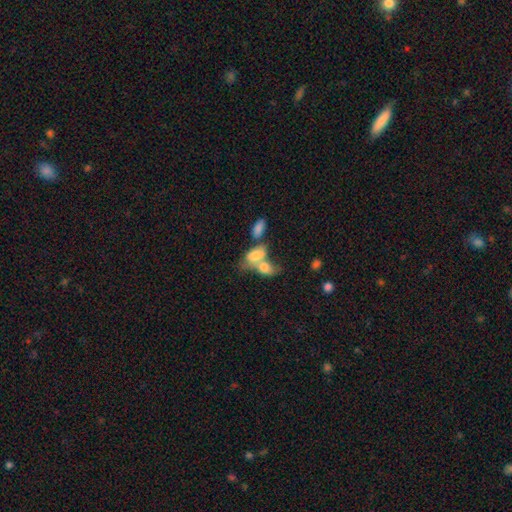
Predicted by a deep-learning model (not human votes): Smooth or featured: smooth — 72% (featured or disk — 19%)
How rounded: in between — 88% (round — 7%)
Merging: merger — 67% (none — 17%)